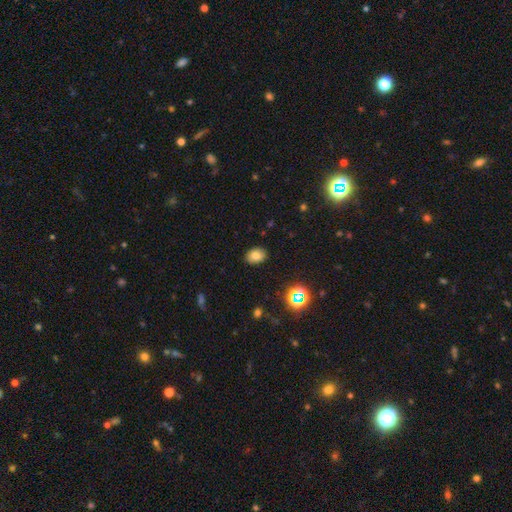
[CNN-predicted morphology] Smooth or featured? Predicted: smooth (p=0.78). How rounded? Predicted: in between (p=0.73). Merging? Predicted: none (p=0.88).